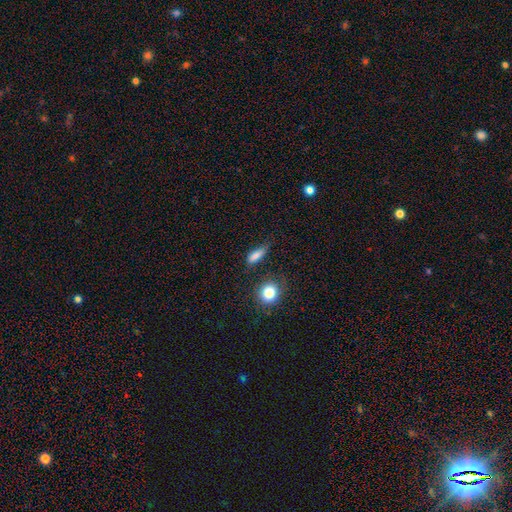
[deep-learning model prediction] Morphology: type=smooth (80%); roundness=in between (47%); merging=none (68%).